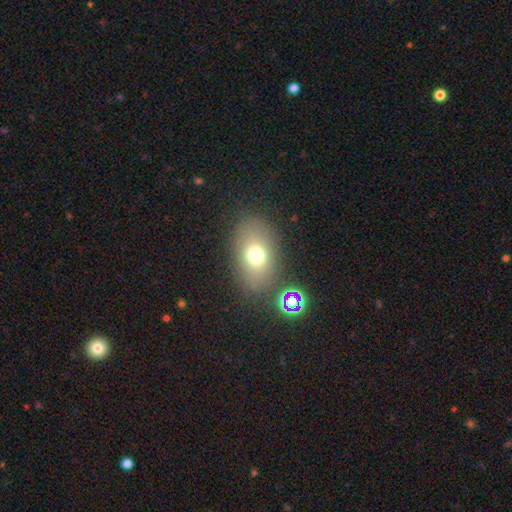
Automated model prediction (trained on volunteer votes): Morphology: type=smooth (70%); roundness=in between (77%); merging=none (79%).